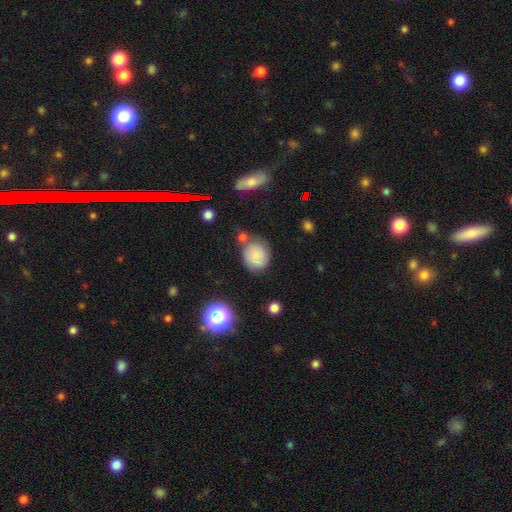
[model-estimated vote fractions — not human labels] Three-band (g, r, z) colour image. It shows a smooth galaxy with no disk features (74%) that is round (73%). Merging: none (66%).